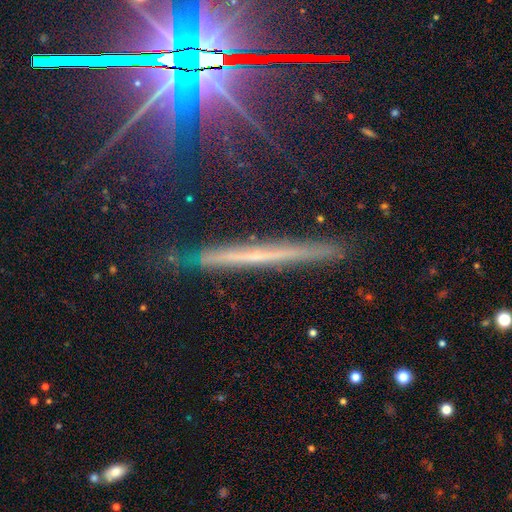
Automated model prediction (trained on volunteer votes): smooth-or-featured: featured or disk: 57% | smooth: 25% | star or artifact: 19%
  disk-edge-on: yes: 94% | no: 6%
    edge-on-bulge: none: 78% | rounded: 17% | boxy: 5%
  merging: none: 84% | minor disturbance: 13% | major disturbance: 2% | merger: 2%